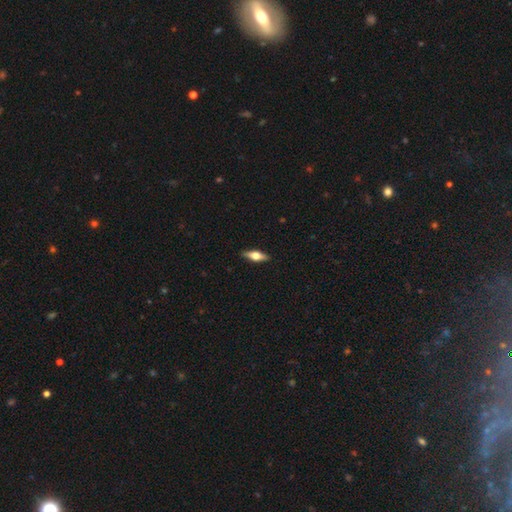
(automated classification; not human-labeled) The model was most divided on "smooth or featured": featured or disk: 55%, smooth: 39%, star or artifact: 6%. More confident: edge-on bulge — rounded (94%); edge-on disk — yes (94%); merging — none (90%).